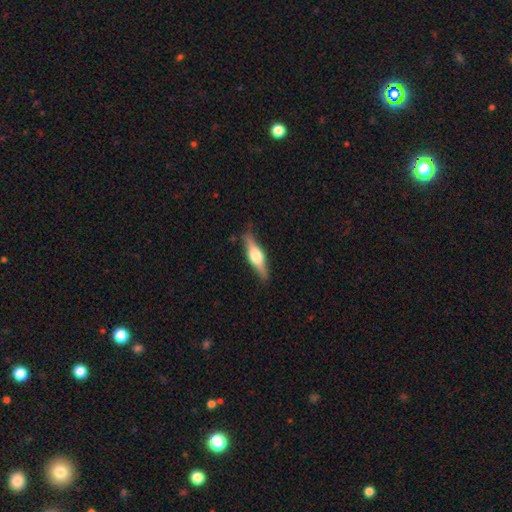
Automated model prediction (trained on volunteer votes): featured or disk 60%, smooth 35%, star or artifact 5%. Down the decision tree: edge-on disk — yes (95%); edge-on bulge — rounded (91%); merging — none (85%).